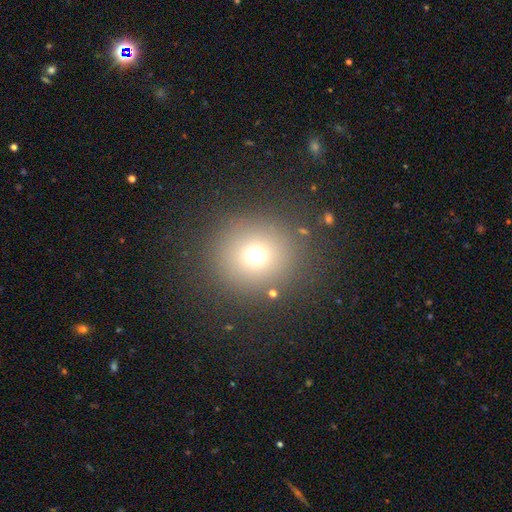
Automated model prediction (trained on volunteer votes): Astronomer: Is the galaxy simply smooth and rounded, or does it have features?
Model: smooth — 68%.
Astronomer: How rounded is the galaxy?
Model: round — 91%.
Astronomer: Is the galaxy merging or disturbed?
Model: none — 85%.